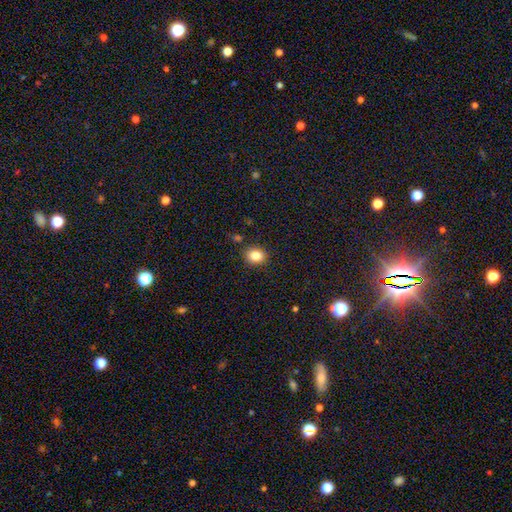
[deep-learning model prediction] Smooth or featured? smooth (84%)
How rounded? round (65%)
Merging? none (87%)